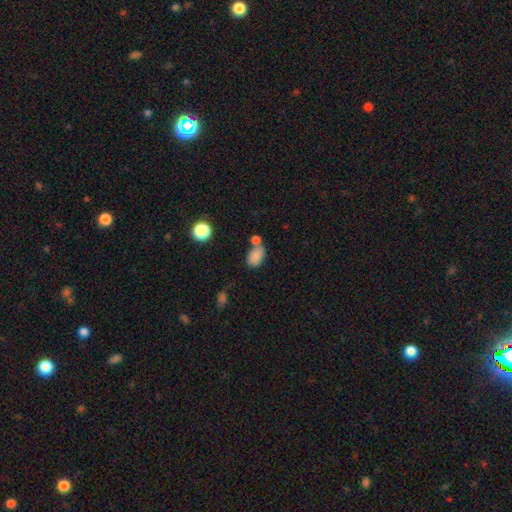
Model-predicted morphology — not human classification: A smooth galaxy with no disk features (83%) that is in between round and cigar-shaped (85%).

Vote fractions:
- Smooth or featured? smooth: 83% / star or artifact: 10% / featured or disk: 7%
- How rounded? in between: 85% / round: 13% / cigar-shaped: 1%
- Merging? none: 49% / merger: 29% / minor disturbance: 15% / major disturbance: 6%